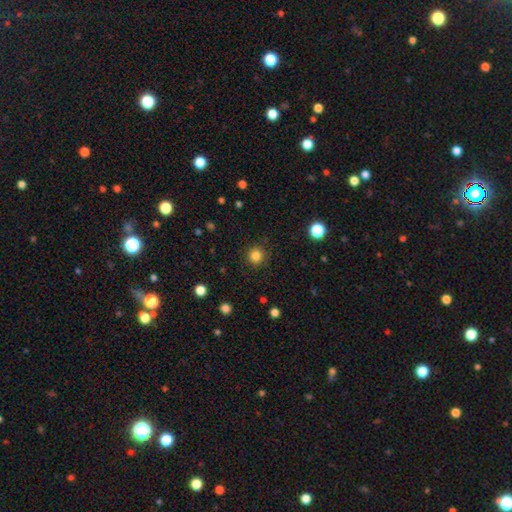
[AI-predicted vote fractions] Smooth or featured? Predicted: smooth (p=0.83). How rounded? Predicted: round (p=0.93). Merging? Predicted: none (p=0.90).